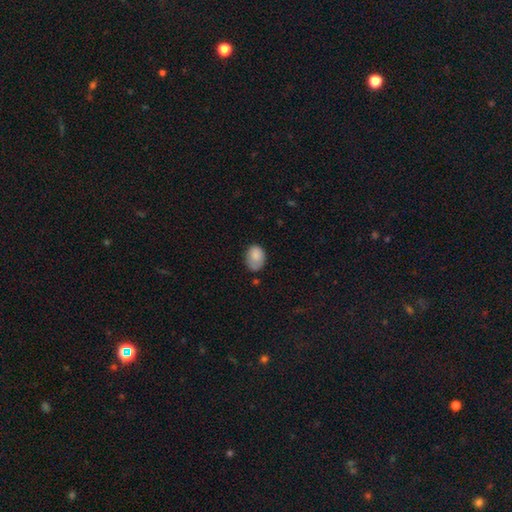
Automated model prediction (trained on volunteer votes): Overall: smooth (83%). How rounded: in between (75%). Merging: none (58%; minor disturbance 30%).